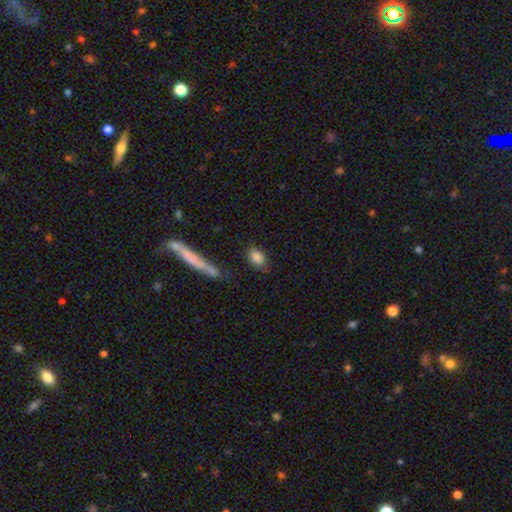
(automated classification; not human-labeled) smooth-or-featured: smooth: 86% | star or artifact: 7% | featured or disk: 6%
  how-rounded: in between: 83% | round: 12% | cigar-shaped: 5%
  merging: none: 76% | minor disturbance: 15% | merger: 5% | major disturbance: 4%